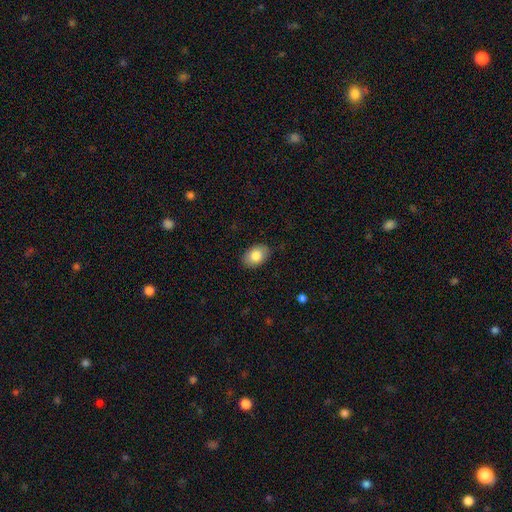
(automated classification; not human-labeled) Smooth or featured?
  - smooth: 83% *
  - featured or disk: 10%
  - star or artifact: 7%
How rounded?
  - in between: 86% *
  - round: 13%
  - cigar-shaped: 1%
Merging?
  - none: 85% *
  - minor disturbance: 11%
  - major disturbance: 2%
  - merger: 1%